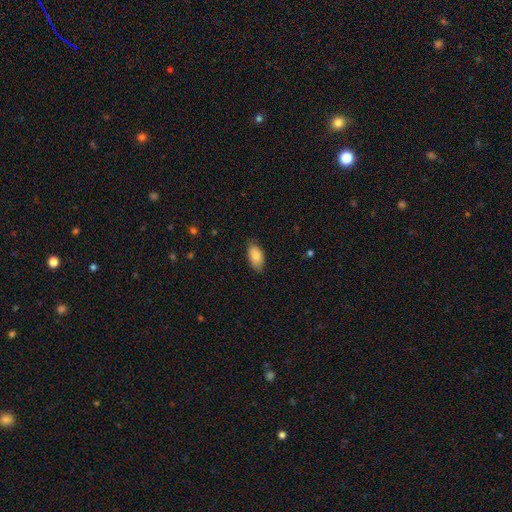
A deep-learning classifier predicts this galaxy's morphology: Overall: smooth (85%). How rounded: in between (93%). Merging: none (78%).